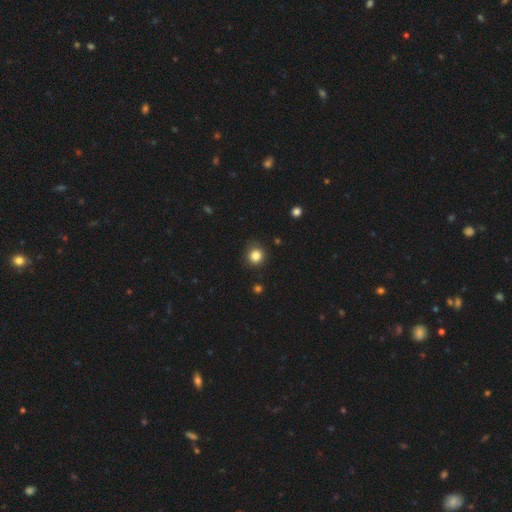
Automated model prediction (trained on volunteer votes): This appears to be a smooth galaxy with no disk features (84%) that is round (89%). Merging: none (86%).